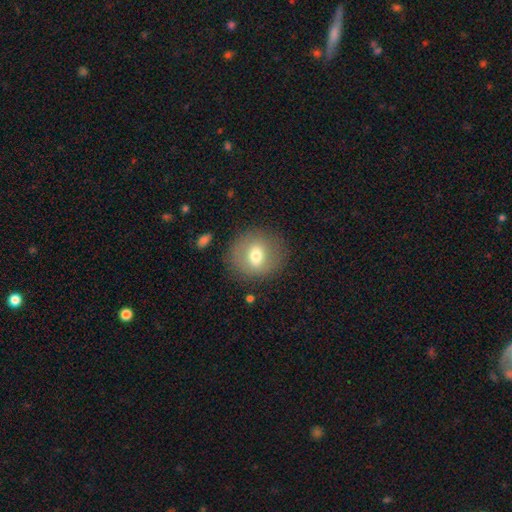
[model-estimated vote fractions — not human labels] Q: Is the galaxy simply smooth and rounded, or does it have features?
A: smooth — 61%.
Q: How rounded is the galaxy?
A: round — 81%.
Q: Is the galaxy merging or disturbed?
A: none — 82%.